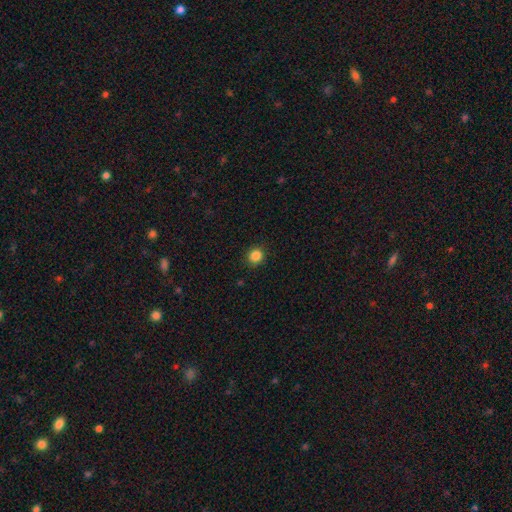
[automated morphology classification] Smooth or featured?
  - smooth: 86% *
  - star or artifact: 11%
  - featured or disk: 3%
How rounded?
  - round: 87% *
  - in between: 12%
  - cigar-shaped: 1%
Merging?
  - none: 90% *
  - minor disturbance: 7%
  - major disturbance: 2%
  - merger: 1%